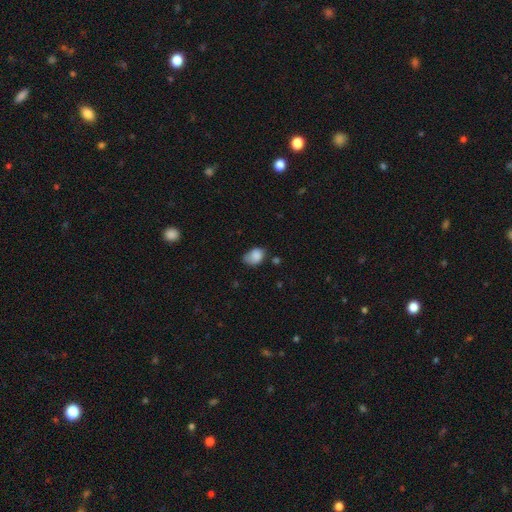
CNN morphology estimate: Overall: smooth (84%). How rounded: in between (74%). Merging: none (42%; minor disturbance 40%).